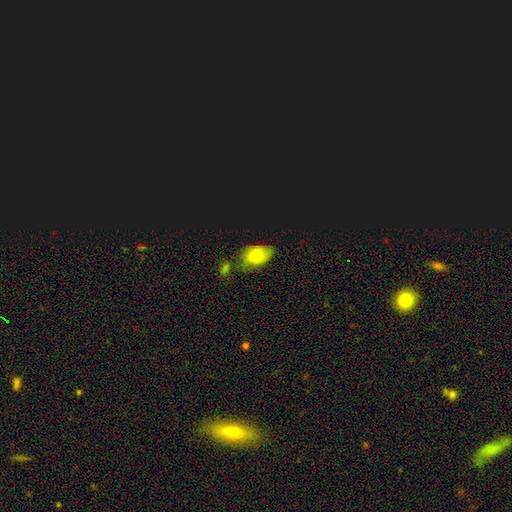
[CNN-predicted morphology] A smooth galaxy with no disk features (73%) that is in between round and cigar-shaped (85%).

Vote fractions:
- Smooth or featured? smooth: 73% / star or artifact: 16% / featured or disk: 11%
- How rounded? in between: 85% / round: 13% / cigar-shaped: 2%
- Merging? none: 57% / minor disturbance: 27% / merger: 8% / major disturbance: 8%